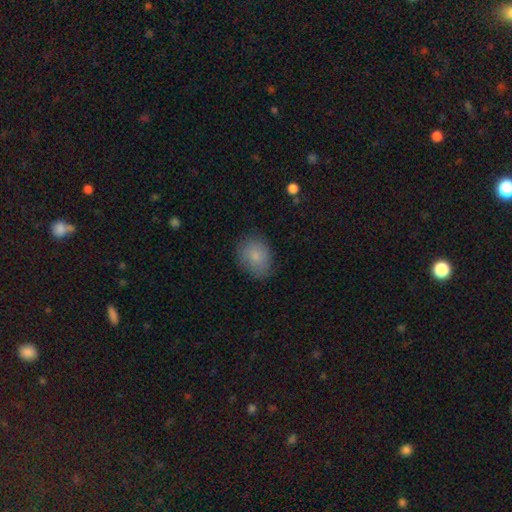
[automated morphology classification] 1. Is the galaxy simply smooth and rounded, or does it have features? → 82% smooth, 10% featured or disk, 8% star or artifact.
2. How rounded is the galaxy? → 54% in between, 45% round, 1% cigar-shaped.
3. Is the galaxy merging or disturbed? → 76% none, 19% minor disturbance, 4% major disturbance, 1% merger.